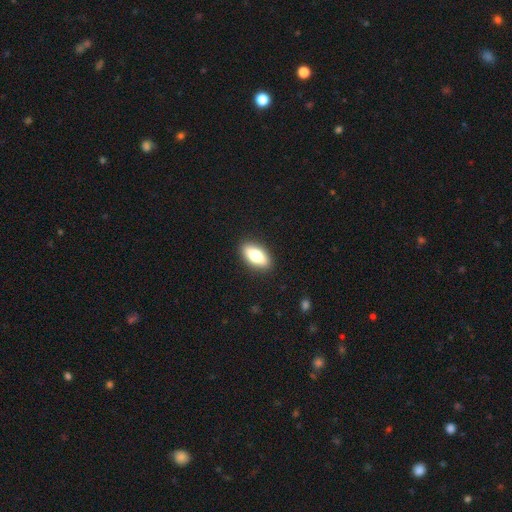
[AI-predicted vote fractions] This appears to be a smooth galaxy with no disk features (72%) that is in between round and cigar-shaped (85%). Merging: none (89%).